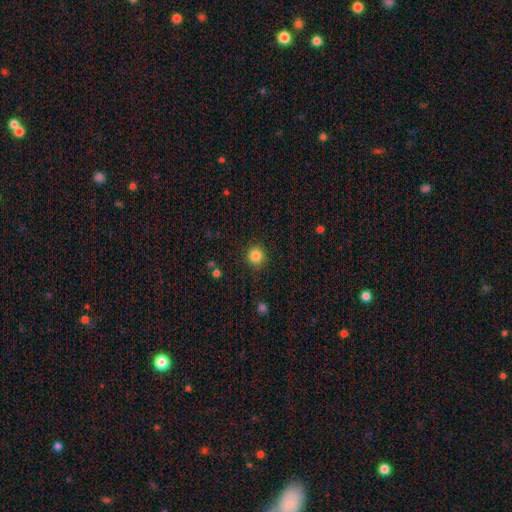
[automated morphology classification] Overall: smooth (84%). How rounded: round (91%). Merging: none (90%).